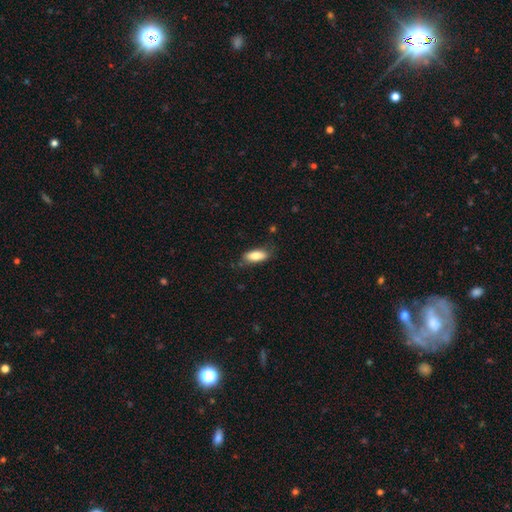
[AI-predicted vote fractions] Q: Smooth or featured?
A: smooth (83%); runner-up: featured or disk (10%)
Q: How rounded?
A: in between (77%); runner-up: cigar-shaped (21%)
Q: Merging?
A: none (76%); runner-up: minor disturbance (18%)